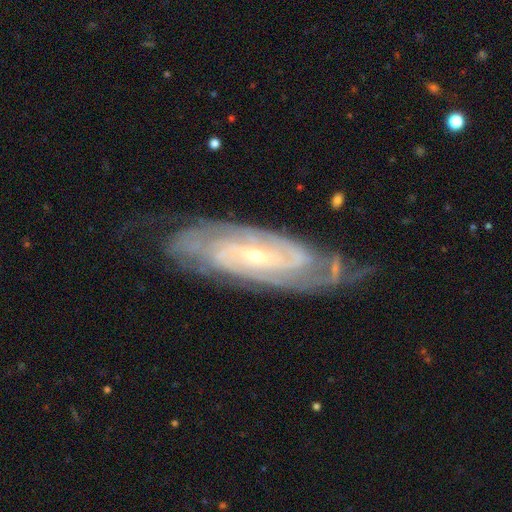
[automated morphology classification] The model was most divided on "bar": no: 41%, weak: 36%, strong: 23%. Remaining: spiral arms — yes (97%); edge-on disk — no (91%); smooth or featured — featured or disk (89%); bulge size — small (76%); merging — none (71%); spiral winding — tight (69%); spiral arm count — 2 (34%).